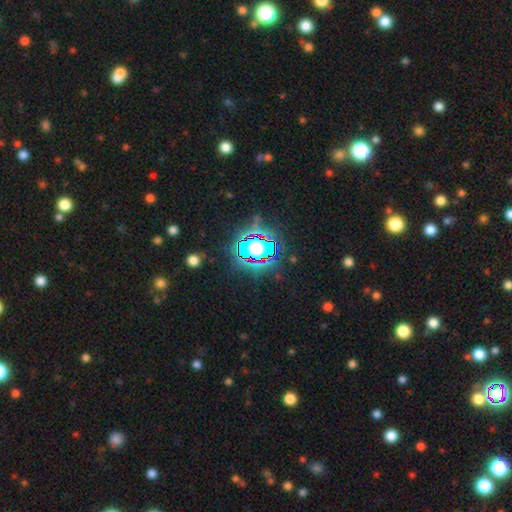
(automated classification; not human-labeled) smooth-or-featured: star or artifact: 81% | smooth: 12% | featured or disk: 8%